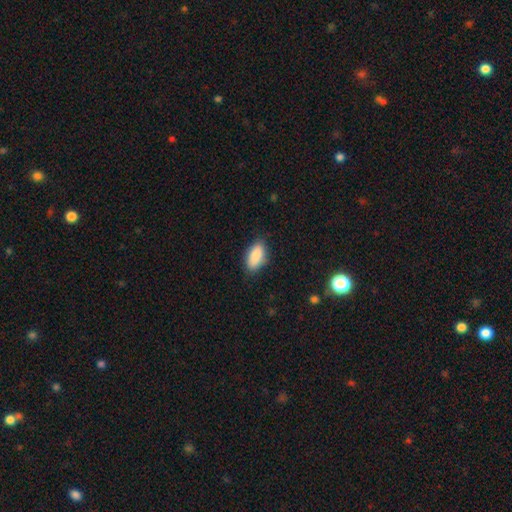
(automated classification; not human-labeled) Smooth or featured? Predicted: smooth (p=0.88). How rounded? Predicted: in between (p=0.91). Merging? Predicted: none (p=0.81).